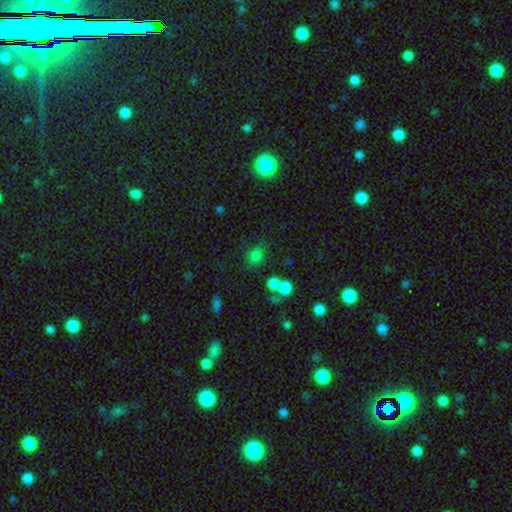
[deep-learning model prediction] Overall: smooth (76%). How rounded: round (64%; in between 34%). Merging: none (61%).